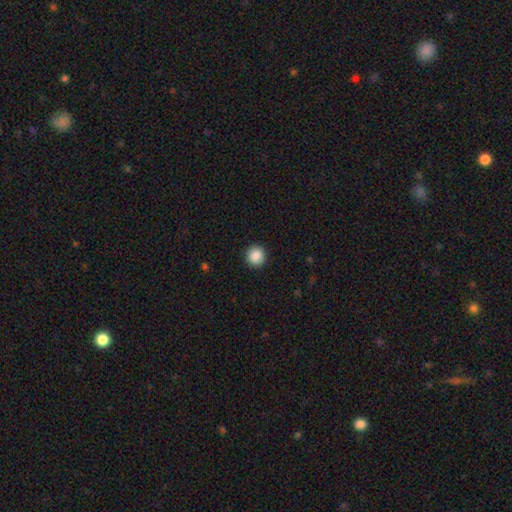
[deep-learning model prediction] smooth_or_featured: smooth (p=0.88) [alt: star or artifact p=0.08]
how_rounded: round (p=0.93) [alt: in between p=0.06]
merging: none (p=0.93) [alt: minor disturbance p=0.05]